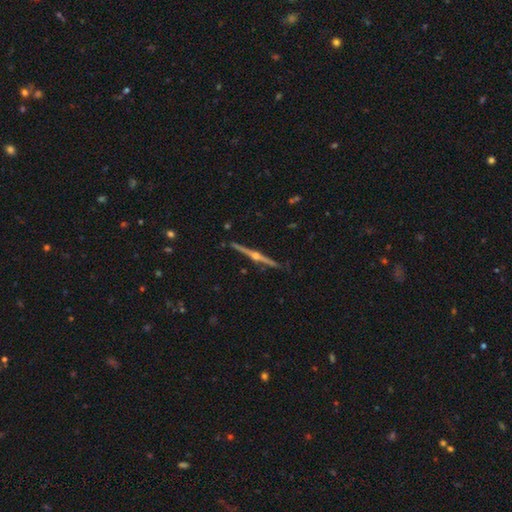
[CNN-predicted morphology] Q: Smooth or featured?
A: featured or disk (88%); runner-up: smooth (6%)
Q: Edge-on disk?
A: yes (99%); runner-up: no (1%)
Q: Edge-on bulge?
A: rounded (96%); runner-up: boxy (2%)
Q: Merging?
A: none (91%); runner-up: minor disturbance (7%)